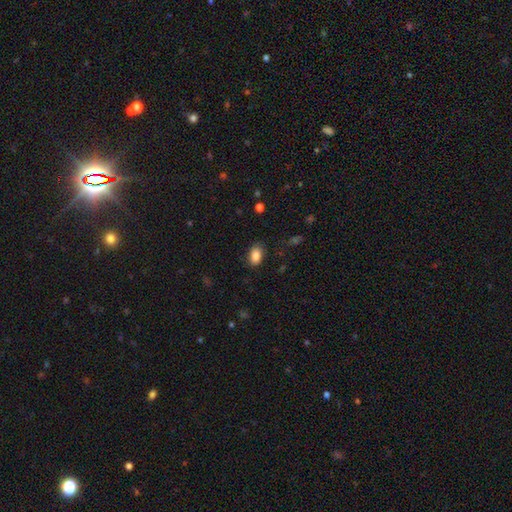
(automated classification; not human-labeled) Smooth or featured?
  - smooth: 86% *
  - star or artifact: 8%
  - featured or disk: 6%
How rounded?
  - in between: 87% *
  - round: 12%
  - cigar-shaped: 1%
Merging?
  - none: 83% *
  - minor disturbance: 12%
  - major disturbance: 3%
  - merger: 1%